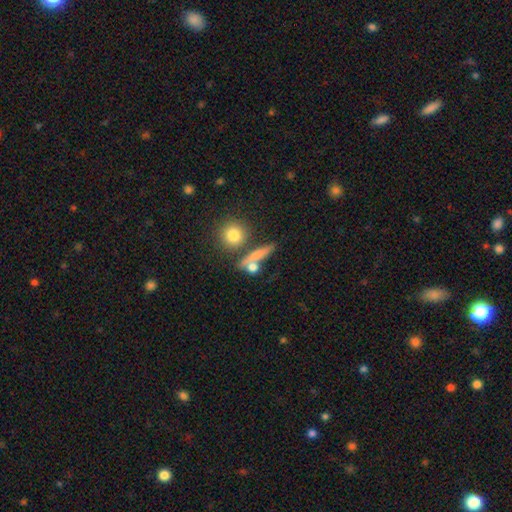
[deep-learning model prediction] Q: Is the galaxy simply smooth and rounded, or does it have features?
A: smooth — 63%.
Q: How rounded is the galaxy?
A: cigar-shaped — 47%.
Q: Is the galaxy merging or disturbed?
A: none — 59%.